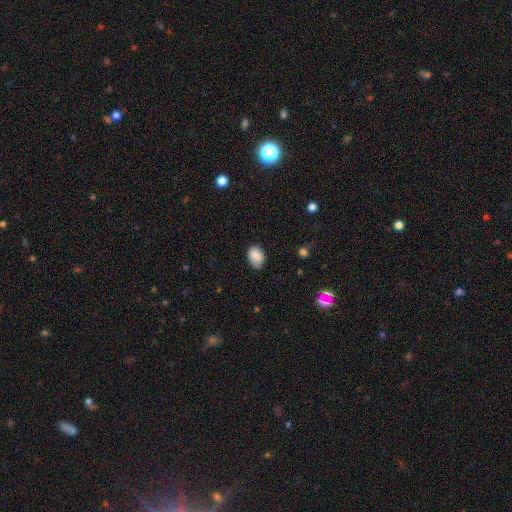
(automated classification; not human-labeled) Morphology: type=smooth (87%); roundness=in between (83%); merging=none (72%).